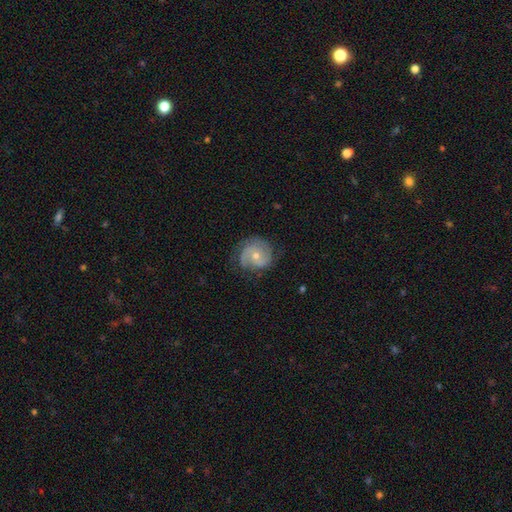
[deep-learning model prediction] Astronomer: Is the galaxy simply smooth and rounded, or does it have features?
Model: featured or disk — 67%.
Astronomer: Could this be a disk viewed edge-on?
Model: no — 97%.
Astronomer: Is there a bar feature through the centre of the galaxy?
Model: no — 73%.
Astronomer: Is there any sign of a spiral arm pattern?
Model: yes — 89%.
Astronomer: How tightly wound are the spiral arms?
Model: tight — 47% (runner-up: medium, 37%).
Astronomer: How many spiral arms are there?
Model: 2 — 43% (runner-up: can't tell, 23%).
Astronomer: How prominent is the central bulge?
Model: moderate — 53% (runner-up: small, 44%).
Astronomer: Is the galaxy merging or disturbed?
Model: none — 65%.